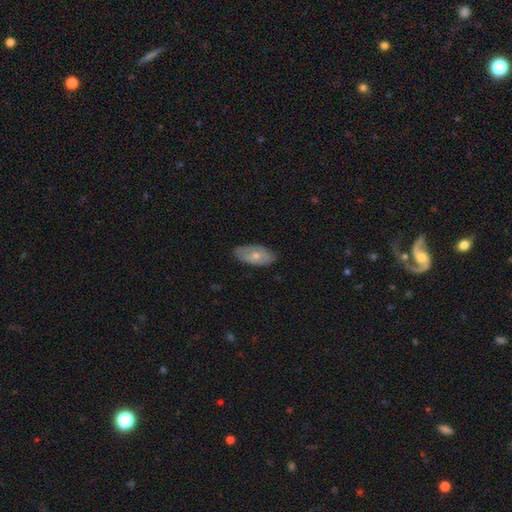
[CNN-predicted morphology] Smooth or featured? smooth (59%)
How rounded? in between (92%)
Merging? none (77%)